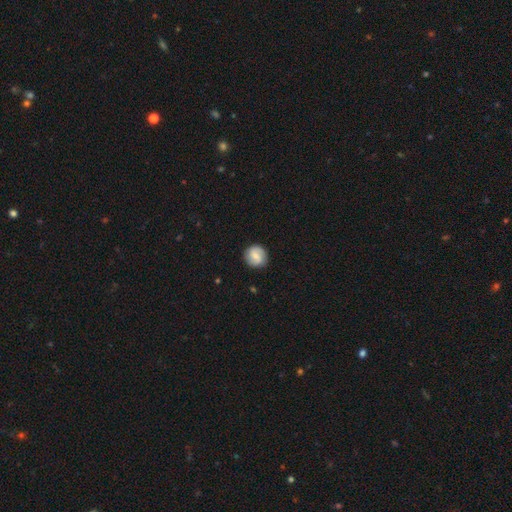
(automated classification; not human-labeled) Smooth or featured?
  - smooth: 51% *
  - featured or disk: 42%
  - star or artifact: 7%
How rounded?
  - round: 89% *
  - in between: 10%
  - cigar-shaped: 1%
Merging?
  - none: 86% *
  - minor disturbance: 11%
  - major disturbance: 3%
  - merger: 1%